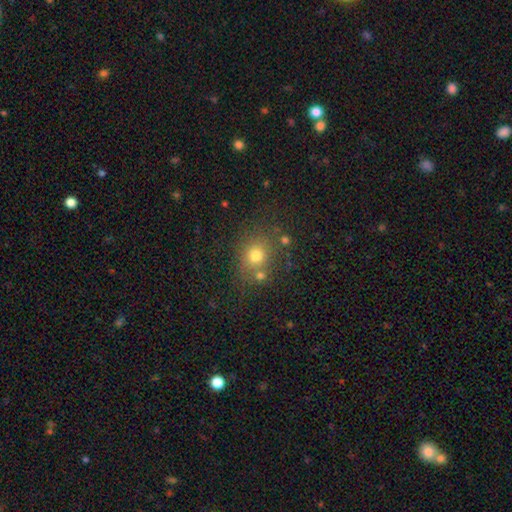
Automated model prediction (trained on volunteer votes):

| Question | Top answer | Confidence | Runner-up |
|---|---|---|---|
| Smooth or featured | smooth | 72% | star or artifact (17%) |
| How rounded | round | 75% | in between (24%) |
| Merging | none | 68% | merger (15%) |